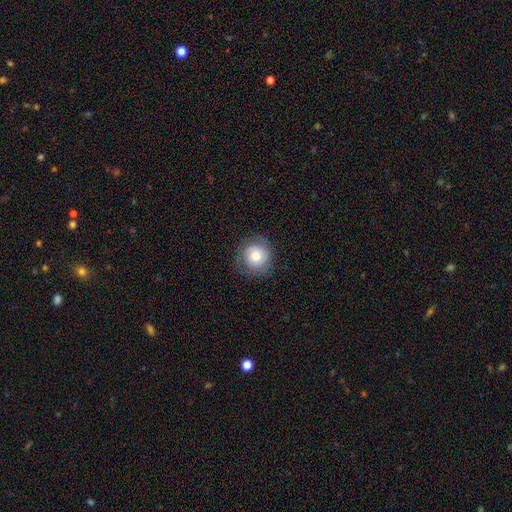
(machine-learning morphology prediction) The model was most divided on "smooth or featured": smooth: 74%, featured or disk: 16%, star or artifact: 9%. More confident: how rounded — round (91%); merging — none (81%).